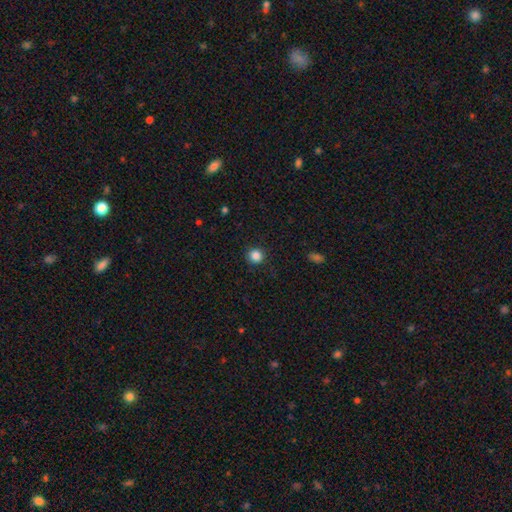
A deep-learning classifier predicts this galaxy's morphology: type=smooth (86%); roundness=round (94%); merging=none (91%).